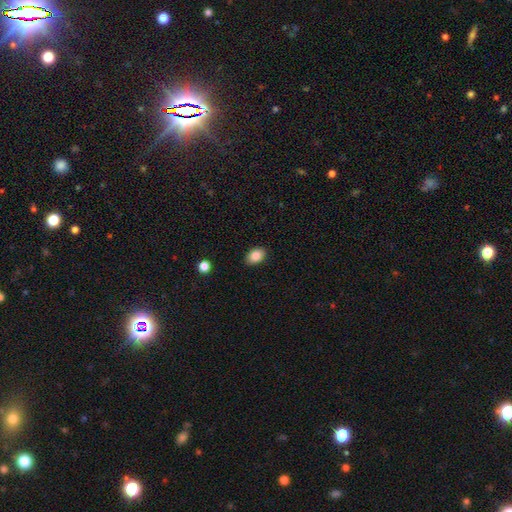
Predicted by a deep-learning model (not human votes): Smooth or featured?
  - smooth: 85% *
  - star or artifact: 8%
  - featured or disk: 7%
How rounded?
  - in between: 80% *
  - round: 18%
  - cigar-shaped: 1%
Merging?
  - none: 88% *
  - minor disturbance: 9%
  - major disturbance: 2%
  - merger: 1%